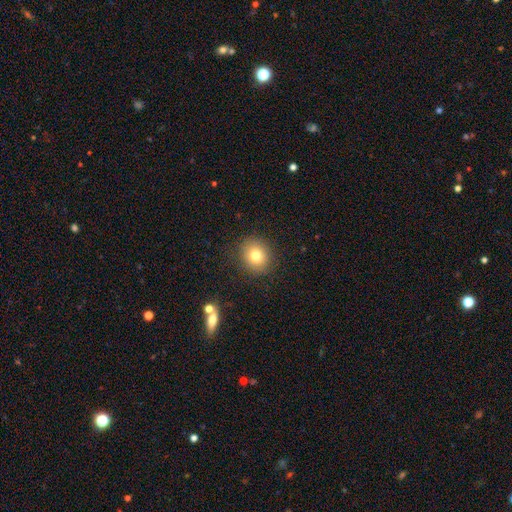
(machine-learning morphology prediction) smooth-or-featured: smooth: 77% | star or artifact: 12% | featured or disk: 11%
  how-rounded: round: 77% | in between: 22% | cigar-shaped: 1%
  merging: none: 88% | minor disturbance: 7% | major disturbance: 3% | merger: 1%